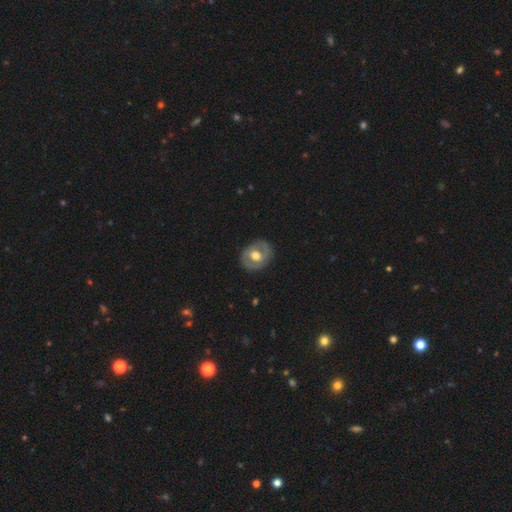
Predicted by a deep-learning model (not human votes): Smooth or featured? featured or disk (56%)
Edge-on disk? no (95%)
Bar? no (57%)
Spiral arms? no (61%)
Bulge size? moderate (65%)
Merging? none (82%)